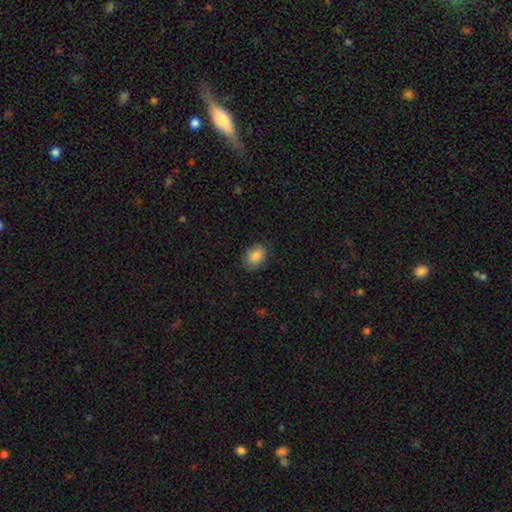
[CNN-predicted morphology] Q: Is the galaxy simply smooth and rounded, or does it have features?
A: smooth — 85%.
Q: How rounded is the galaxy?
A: in between — 79%.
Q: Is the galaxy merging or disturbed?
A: none — 81%.